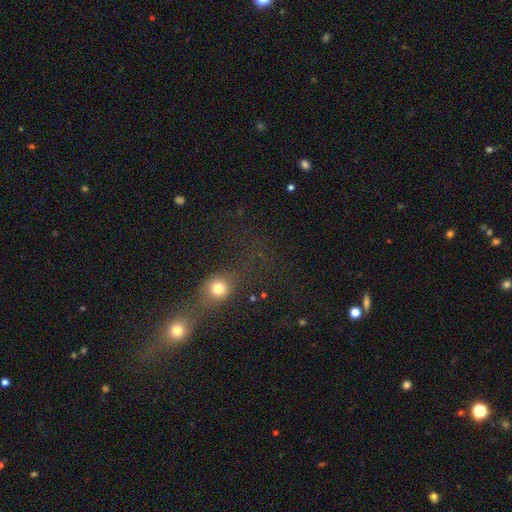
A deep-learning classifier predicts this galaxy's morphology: smooth_or_featured: smooth (p=0.41) [alt: star or artifact p=0.40]
merging: merger (p=0.60) [alt: none p=0.23]